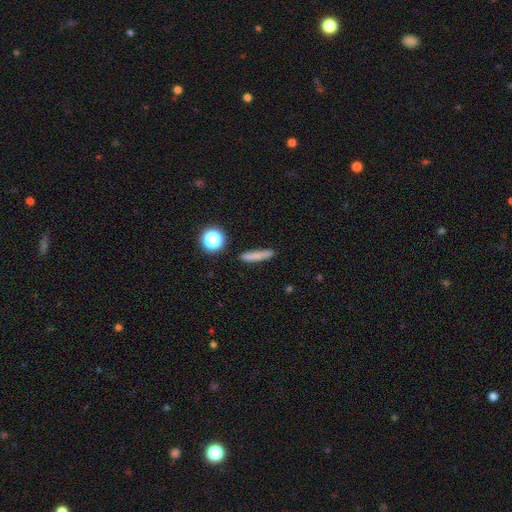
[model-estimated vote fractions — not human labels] Smooth or featured?
  - smooth: 77% *
  - featured or disk: 12%
  - star or artifact: 11%
How rounded?
  - cigar-shaped: 87% *
  - in between: 8%
  - round: 4%
Merging?
  - none: 84% *
  - minor disturbance: 11%
  - major disturbance: 3%
  - merger: 3%